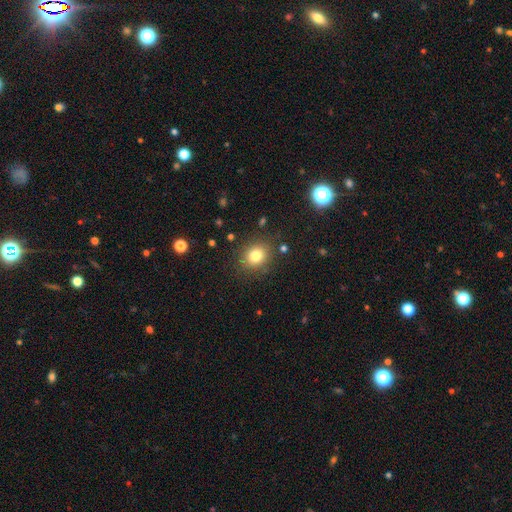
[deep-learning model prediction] Smooth or featured? smooth (79%)
How rounded? round (66%)
Merging? none (85%)